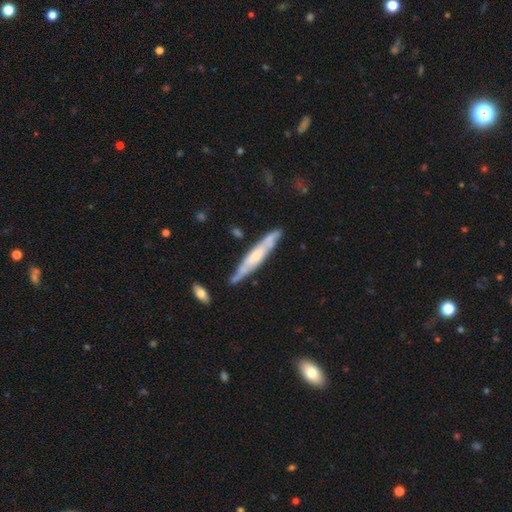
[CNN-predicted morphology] Smooth or featured? featured or disk (60%)
Edge-on disk? yes (74%)
Merging? none (76%)